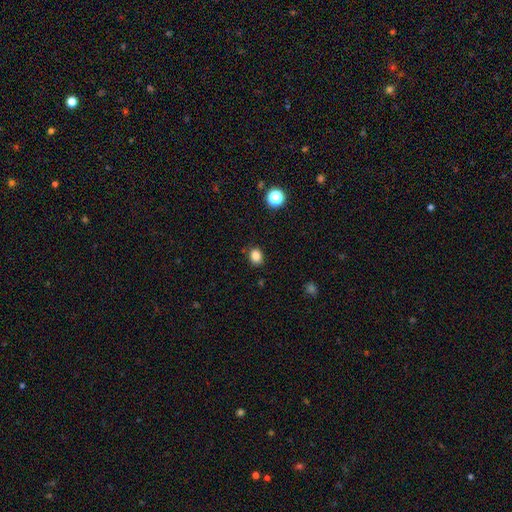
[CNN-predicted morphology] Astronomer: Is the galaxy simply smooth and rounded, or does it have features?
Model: smooth — 84%.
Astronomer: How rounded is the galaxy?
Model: in between — 50% (runner-up: round, 49%).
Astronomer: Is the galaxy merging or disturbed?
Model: none — 86%.